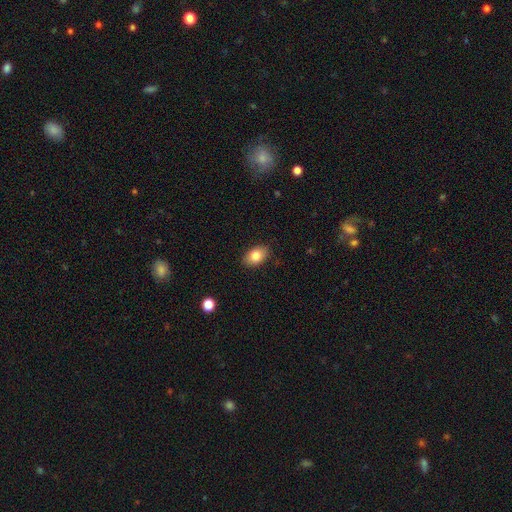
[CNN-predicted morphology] smooth_or_featured: smooth (p=0.83) [alt: featured or disk p=0.09]
how_rounded: in between (p=0.86) [alt: round p=0.13]
merging: none (p=0.87) [alt: minor disturbance p=0.10]